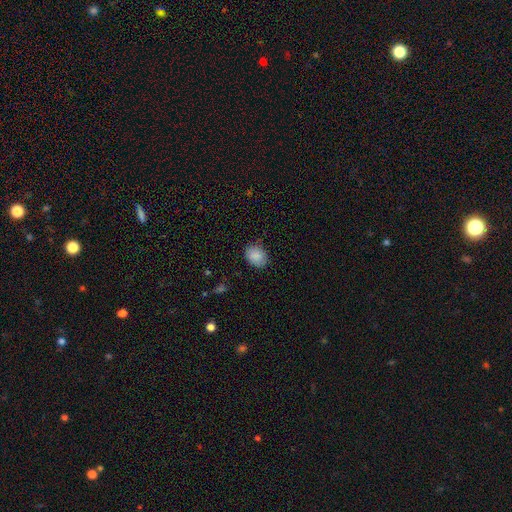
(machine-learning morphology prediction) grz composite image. It shows a smooth galaxy with no disk features (88%) that is in between round and cigar-shaped (54%). Merging: none (81%).